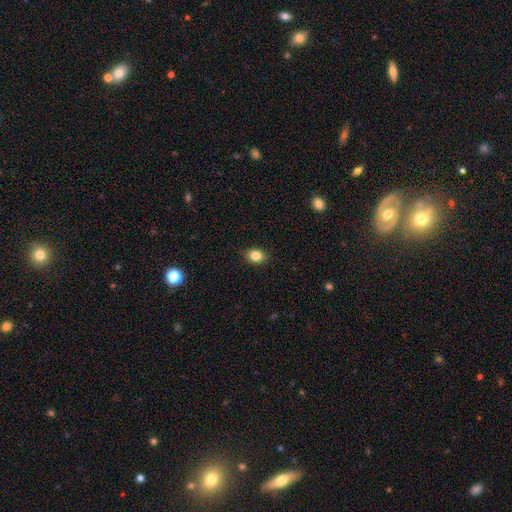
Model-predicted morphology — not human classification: Smooth or featured? Predicted: smooth (p=0.84). How rounded? Predicted: in between (p=0.64). Merging? Predicted: none (p=0.87).